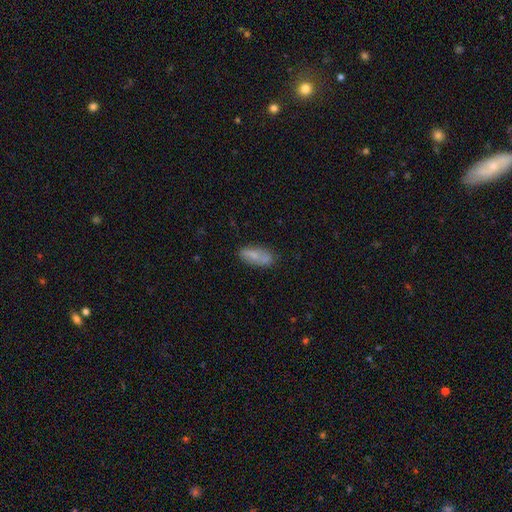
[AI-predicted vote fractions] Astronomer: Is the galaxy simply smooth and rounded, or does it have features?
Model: smooth — 66%.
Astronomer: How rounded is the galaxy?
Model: in between — 79%.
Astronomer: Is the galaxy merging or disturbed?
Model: none — 69%.